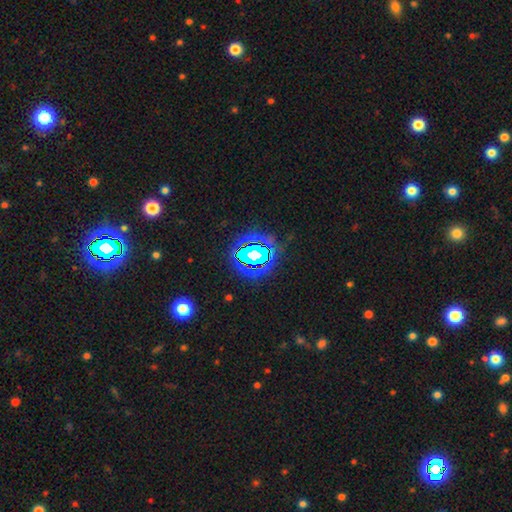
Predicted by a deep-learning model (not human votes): Smooth or featured?
  - star or artifact: 73% *
  - smooth: 14%
  - featured or disk: 13%